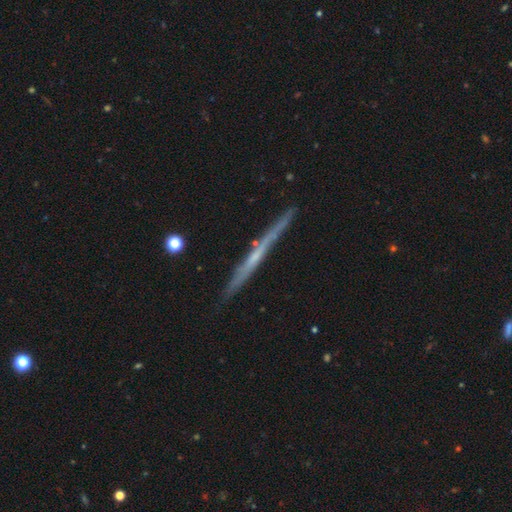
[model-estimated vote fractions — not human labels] Smooth or featured: featured or disk — 66% (smooth — 28%)
Edge-on disk: yes — 97% (no — 3%)
Edge-on bulge: none — 77% (rounded — 19%)
Merging: none — 88% (minor disturbance — 9%)